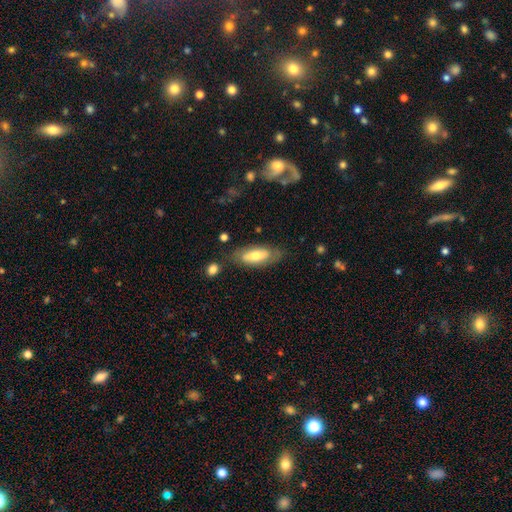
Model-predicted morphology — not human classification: Smooth or featured?
  - smooth: 57% *
  - featured or disk: 37%
  - star or artifact: 6%
How rounded?
  - in between: 76% *
  - cigar-shaped: 22%
  - round: 2%
Merging?
  - none: 74% *
  - minor disturbance: 18%
  - major disturbance: 6%
  - merger: 3%